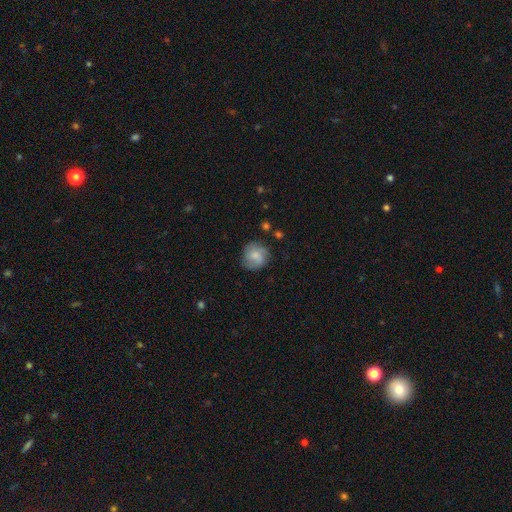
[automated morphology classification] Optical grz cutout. It shows a smooth galaxy with no disk features (66%) that is round (88%). Merging: none (74%).